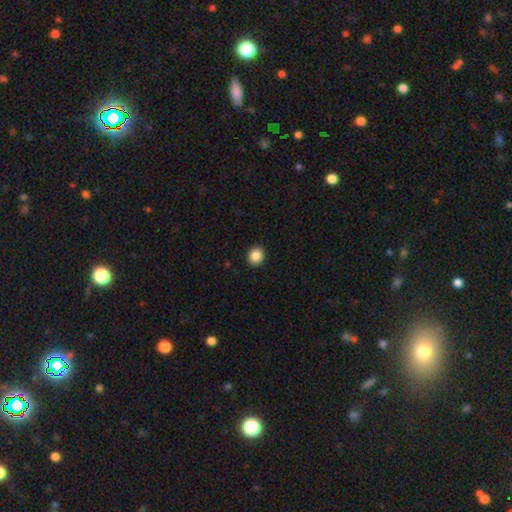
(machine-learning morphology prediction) smooth_or_featured: smooth (p=0.87) [alt: star or artifact p=0.09]
how_rounded: round (p=0.80) [alt: in between p=0.19]
merging: none (p=0.92) [alt: minor disturbance p=0.05]